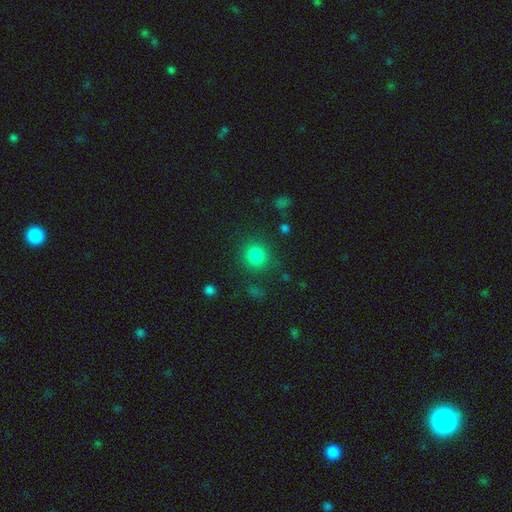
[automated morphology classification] A smooth galaxy with no disk features (83%) that is round (90%). Merging: none (84%).